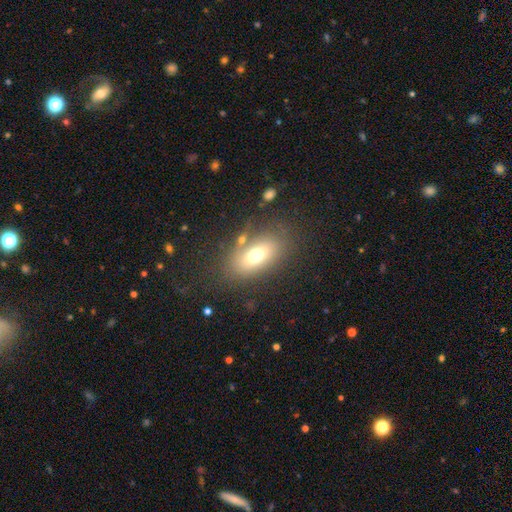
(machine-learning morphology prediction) Smooth or featured?
  - smooth: 68% *
  - featured or disk: 20%
  - star or artifact: 12%
How rounded?
  - in between: 84% *
  - round: 10%
  - cigar-shaped: 6%
Merging?
  - none: 73% *
  - minor disturbance: 14%
  - major disturbance: 7%
  - merger: 6%